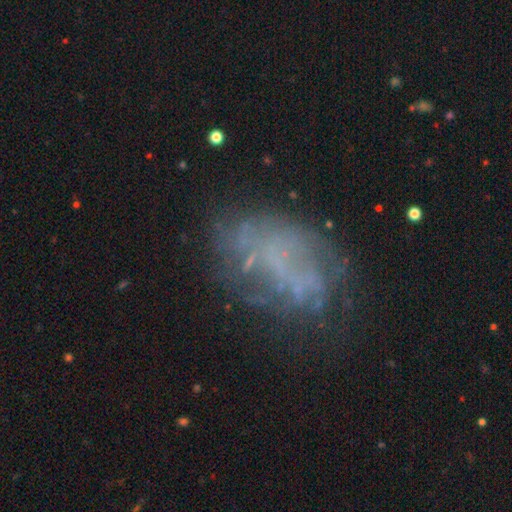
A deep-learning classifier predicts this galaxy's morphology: This is possibly a featured or disk galaxy (55%). It is clearly not viewed edge-on (97%). Bar: clearly no (84%). Spiral arm pattern: likely no (78%). Central bulge: clearly none (81%). Merging: possibly none (54%).